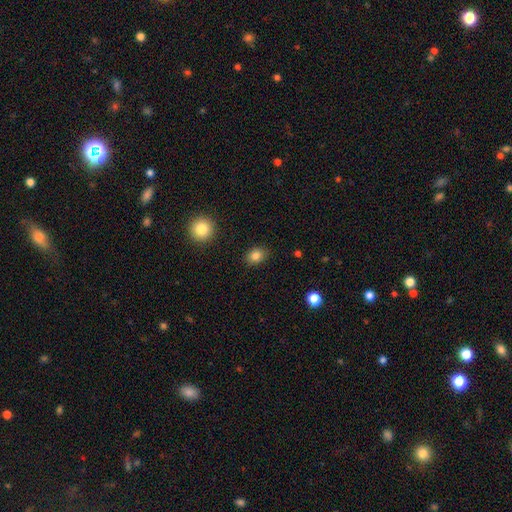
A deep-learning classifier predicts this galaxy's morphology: A smooth galaxy with no disk features (84%) that is in between round and cigar-shaped (54%).

Vote fractions:
- Smooth or featured? smooth: 84% / star or artifact: 10% / featured or disk: 6%
- How rounded? in between: 54% / round: 45% / cigar-shaped: 1%
- Merging? none: 87% / minor disturbance: 9% / major disturbance: 3% / merger: 1%